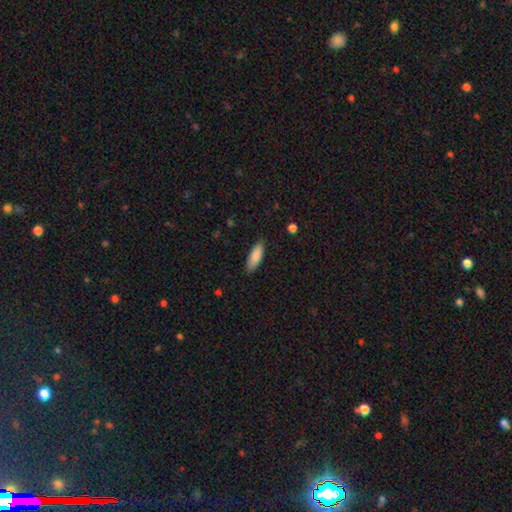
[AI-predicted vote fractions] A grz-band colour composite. It shows a smooth galaxy with no disk features (85%) that is in between round and cigar-shaped (64%). Merging: none (84%).